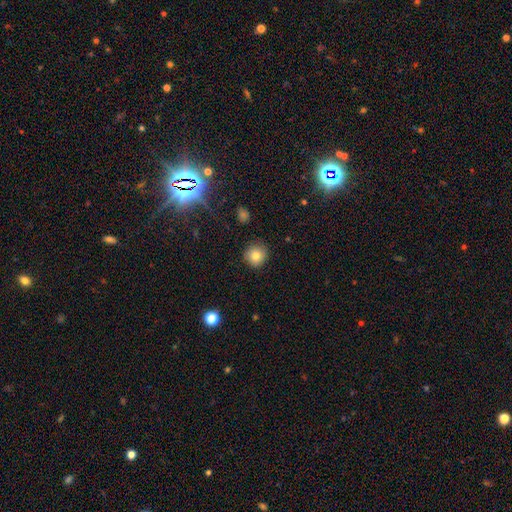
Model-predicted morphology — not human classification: This appears to be a smooth galaxy with no disk features (80%) that is round (91%). Merging: none (87%).